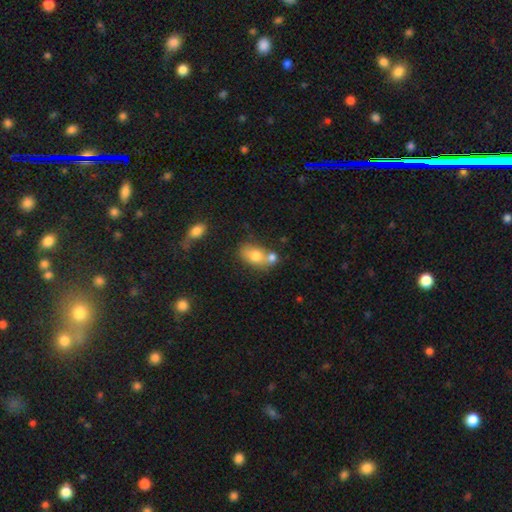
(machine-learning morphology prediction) type=smooth (76%); roundness=in between (77%); merging=merger (43%).